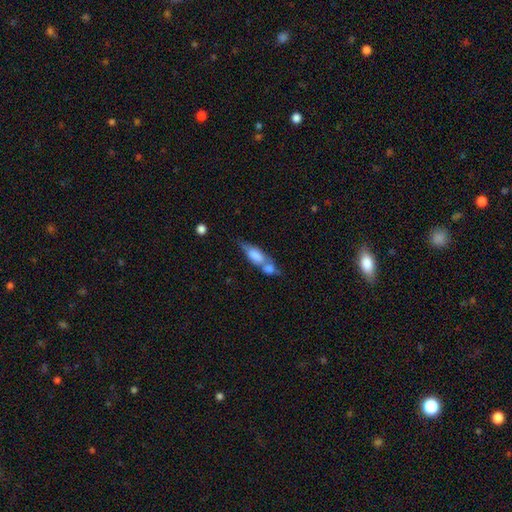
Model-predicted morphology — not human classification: The model was most divided on "smooth or featured": smooth: 63%, featured or disk: 29%, star or artifact: 8%. More confident: how rounded — in between (67%); merging — merger (59%).